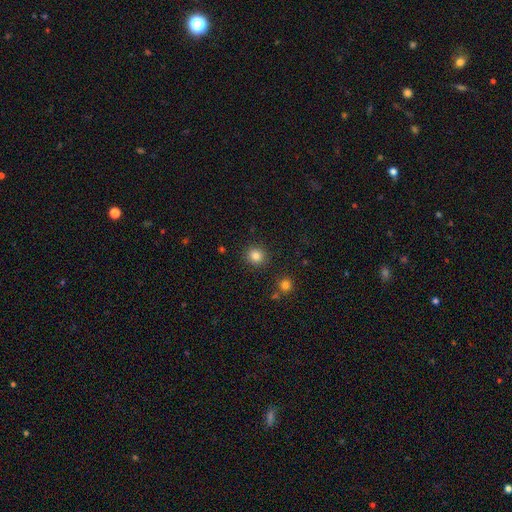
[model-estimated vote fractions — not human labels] Smooth or featured? smooth (84%)
How rounded? round (90%)
Merging? none (90%)